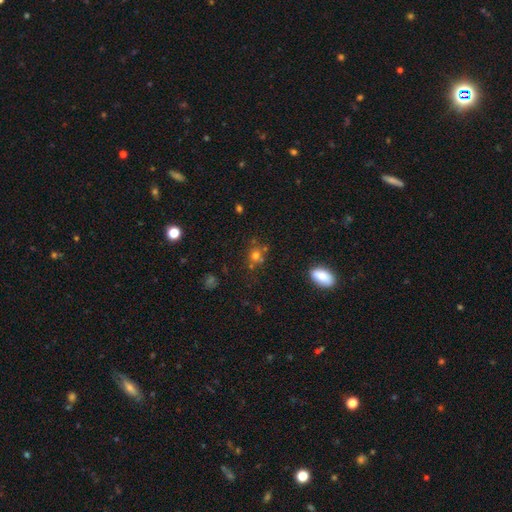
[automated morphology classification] This appears to be a smooth galaxy with no disk features (66%) that is round (80%). Merging: none (60%).